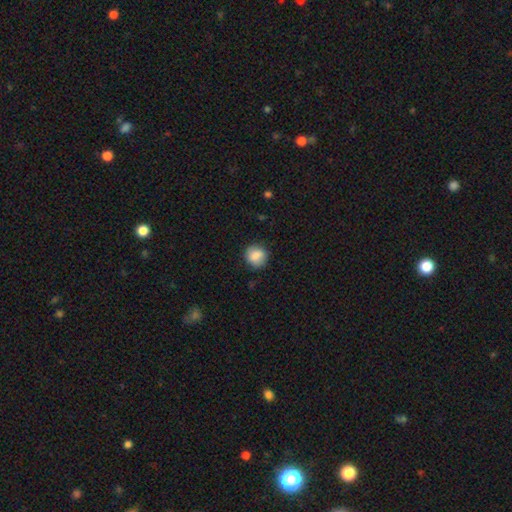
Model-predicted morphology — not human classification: smooth_or_featured: smooth (p=0.85) [alt: star or artifact p=0.08]
how_rounded: round (p=0.82) [alt: in between p=0.17]
merging: none (p=0.84) [alt: minor disturbance p=0.12]